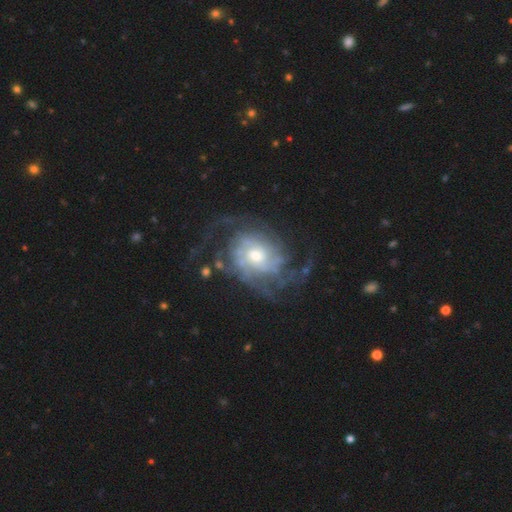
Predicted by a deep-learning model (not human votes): This appears to be a featured or disk galaxy (86%) with no bar (73%), tight (46%) spiral arms (92%) and a moderate central bulge (59%). Merging: none (60%).